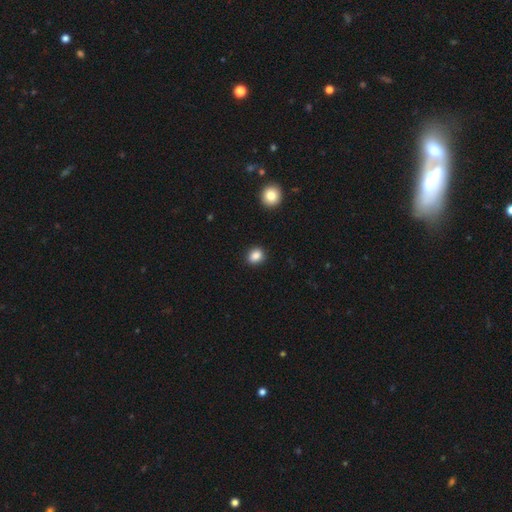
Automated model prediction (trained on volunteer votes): Smooth or featured?
  - smooth: 86% *
  - star or artifact: 10%
  - featured or disk: 4%
How rounded?
  - round: 57% *
  - in between: 41%
  - cigar-shaped: 1%
Merging?
  - none: 89% *
  - minor disturbance: 7%
  - major disturbance: 2%
  - merger: 1%